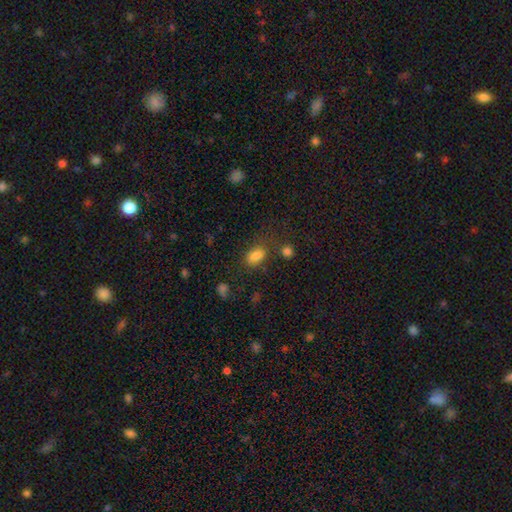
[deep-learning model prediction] Smooth or featured? Predicted: smooth (p=0.82). How rounded? Predicted: in between (p=0.85). Merging? Predicted: none (p=0.66).